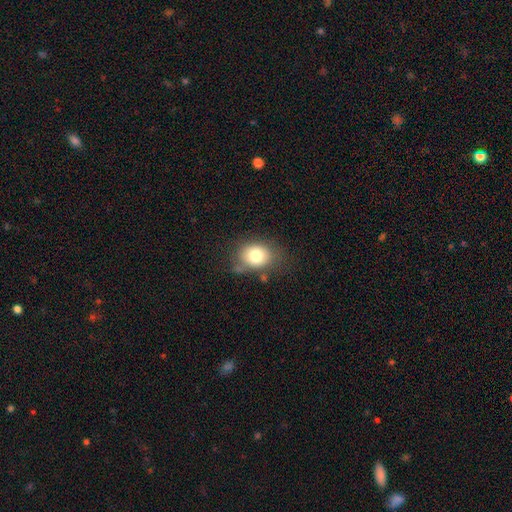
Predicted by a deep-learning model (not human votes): This is likely a smooth galaxy (76%). How rounded: possibly in between (54%). Merging: likely none (64%).